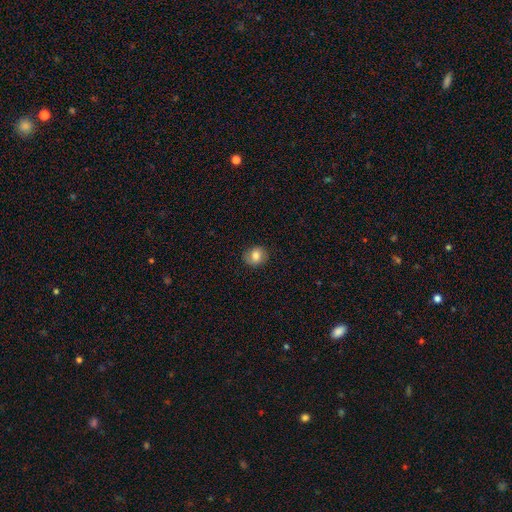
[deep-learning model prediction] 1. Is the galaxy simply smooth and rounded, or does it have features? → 80% smooth, 11% featured or disk, 9% star or artifact.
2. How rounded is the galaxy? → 72% round, 27% in between, 1% cigar-shaped.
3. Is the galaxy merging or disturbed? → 86% none, 11% minor disturbance, 3% major disturbance, 1% merger.